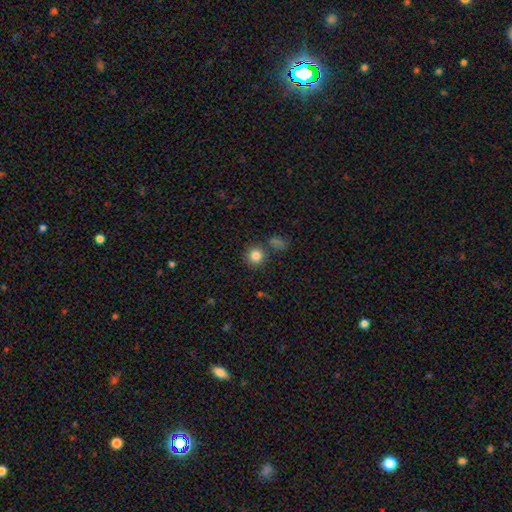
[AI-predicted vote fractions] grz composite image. It shows a smooth galaxy with no disk features (83%) that is round (91%). Merging: none (80%).